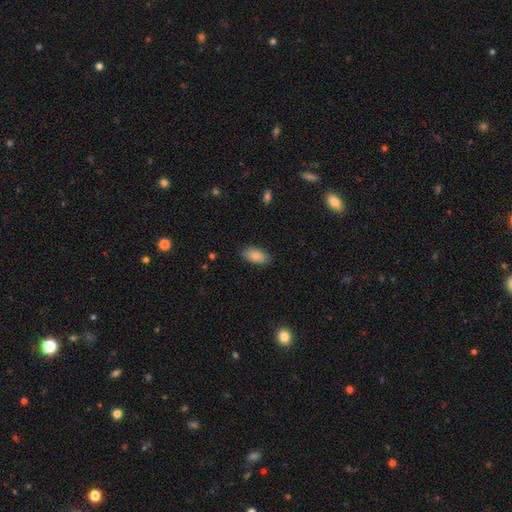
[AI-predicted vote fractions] A smooth galaxy with no disk features (86%) that is in between round and cigar-shaped (93%).

Vote fractions:
- Smooth or featured? smooth: 86% / featured or disk: 8% / star or artifact: 7%
- How rounded? in between: 93% / cigar-shaped: 4% / round: 3%
- Merging? none: 84% / minor disturbance: 12% / major disturbance: 3% / merger: 1%